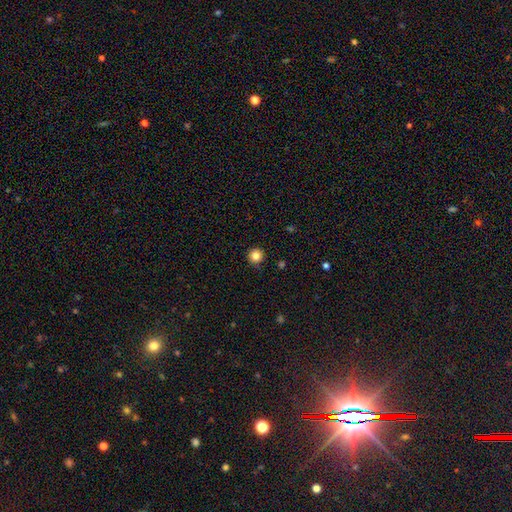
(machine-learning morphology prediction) smooth_or_featured: smooth (p=0.84) [alt: star or artifact p=0.11]
how_rounded: round (p=0.96) [alt: in between p=0.03]
merging: none (p=0.90) [alt: minor disturbance p=0.07]